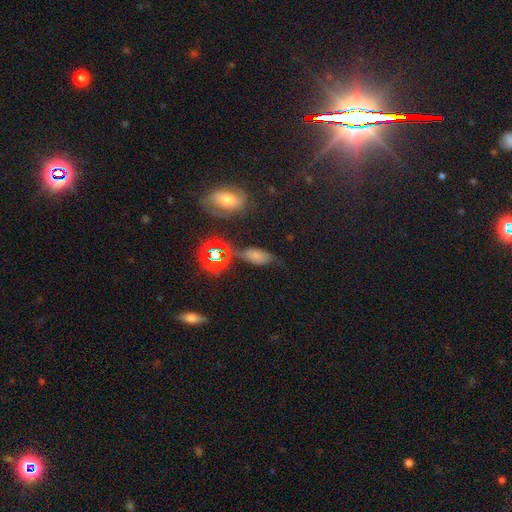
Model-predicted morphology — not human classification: A smooth galaxy with no disk features (51%) that is in between round and cigar-shaped (88%).

Vote fractions:
- Smooth or featured? smooth: 51% / star or artifact: 27% / featured or disk: 22%
- How rounded? in between: 88% / round: 8% / cigar-shaped: 5%
- Merging? none: 56% / minor disturbance: 26% / major disturbance: 11% / merger: 7%